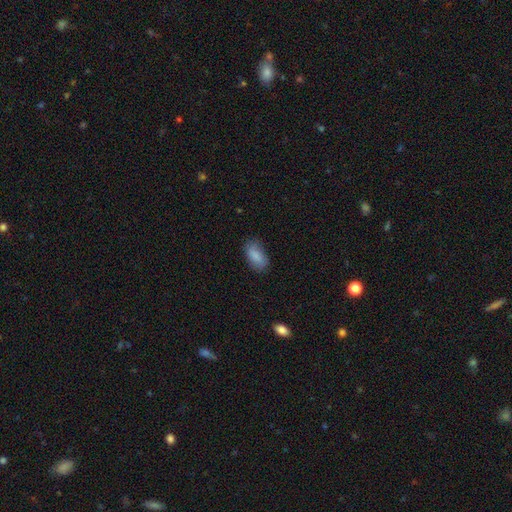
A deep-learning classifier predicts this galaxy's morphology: smooth_or_featured: smooth (p=0.87) [alt: star or artifact p=0.07]
how_rounded: in between (p=0.92) [alt: round p=0.04]
merging: none (p=0.76) [alt: minor disturbance p=0.19]